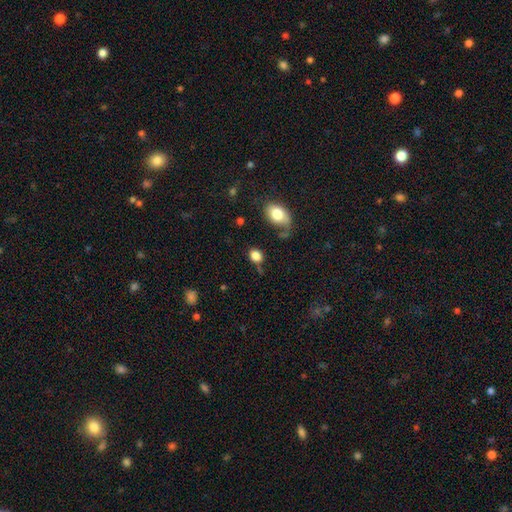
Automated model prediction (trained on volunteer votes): A smooth galaxy with no disk features (83%) that is round (54%). Merging: none (70%).